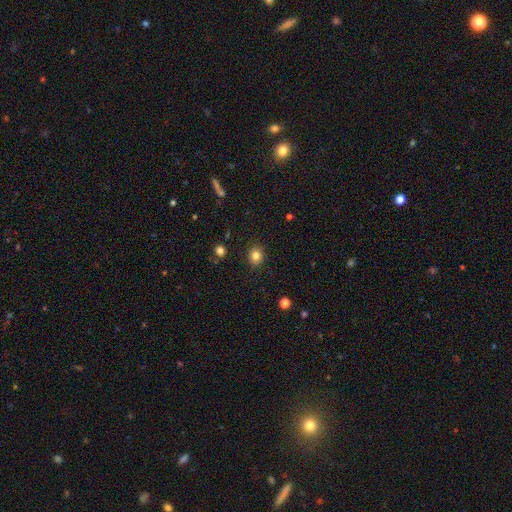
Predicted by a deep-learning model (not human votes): This appears to be a smooth galaxy with no disk features (83%) that is round (71%). Merging: none (89%).